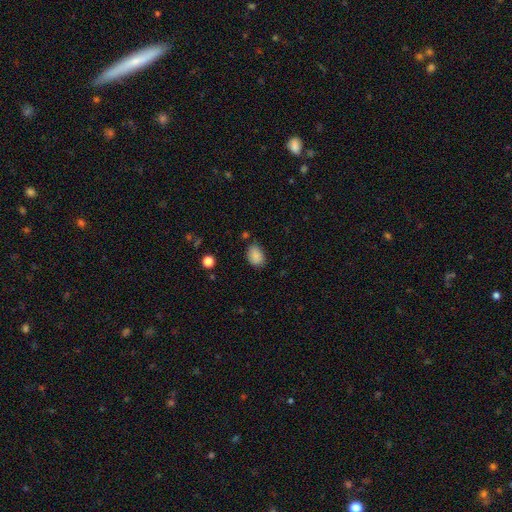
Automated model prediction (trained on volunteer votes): Smooth or featured? Predicted: smooth (p=0.87). How rounded? Predicted: in between (p=0.78). Merging? Predicted: none (p=0.71).